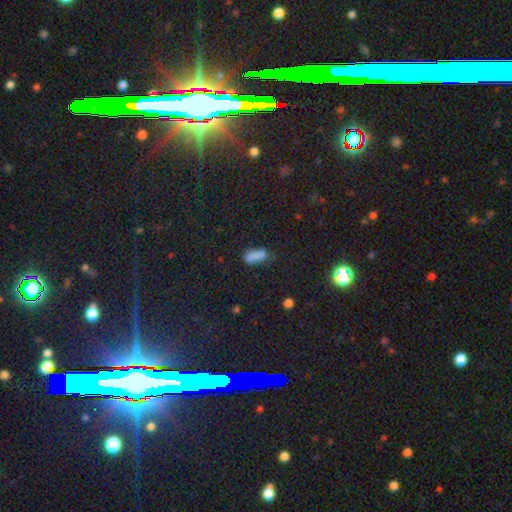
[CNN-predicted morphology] Smooth or featured? Predicted: smooth (p=0.73). How rounded? Predicted: in between (p=0.76). Merging? Predicted: none (p=0.55).